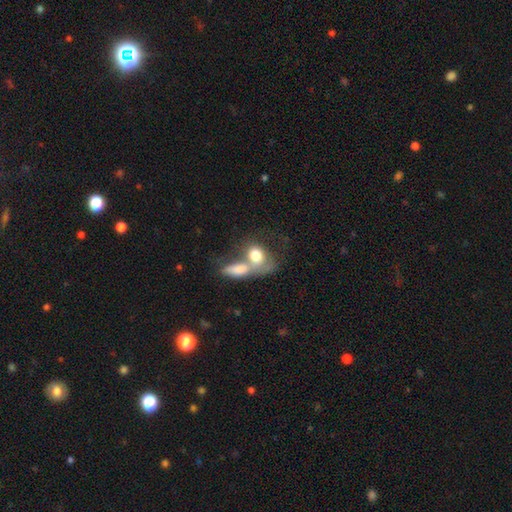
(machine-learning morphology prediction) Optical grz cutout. It shows a smooth galaxy with no disk features (71%) that is in between round and cigar-shaped (65%). Merging: merger (69%).